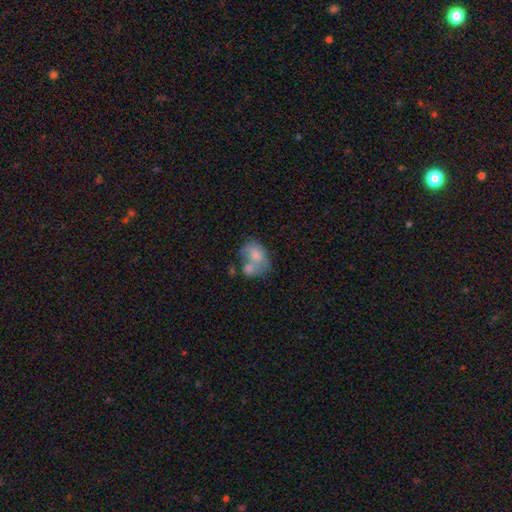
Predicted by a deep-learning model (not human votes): This is likely a smooth galaxy (60%). How rounded: likely in between (66%). Merging: possibly merger (51%).